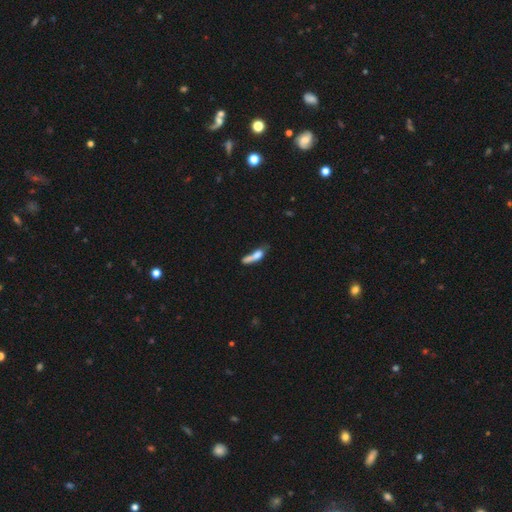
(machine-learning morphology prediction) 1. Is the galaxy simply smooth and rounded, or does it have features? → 65% smooth, 25% featured or disk, 10% star or artifact.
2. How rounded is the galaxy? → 57% cigar-shaped, 38% in between, 4% round.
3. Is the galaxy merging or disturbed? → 32% merger, 26% none, 22% major disturbance, 20% minor disturbance.